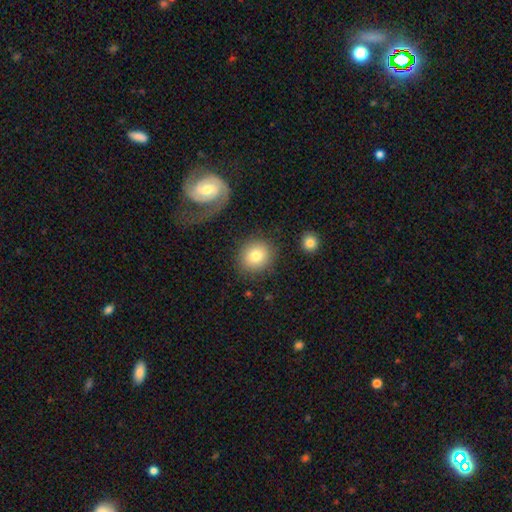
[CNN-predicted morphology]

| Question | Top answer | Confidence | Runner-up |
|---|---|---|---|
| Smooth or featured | smooth | 80% | featured or disk (12%) |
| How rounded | round | 82% | in between (17%) |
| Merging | none | 83% | minor disturbance (9%) |